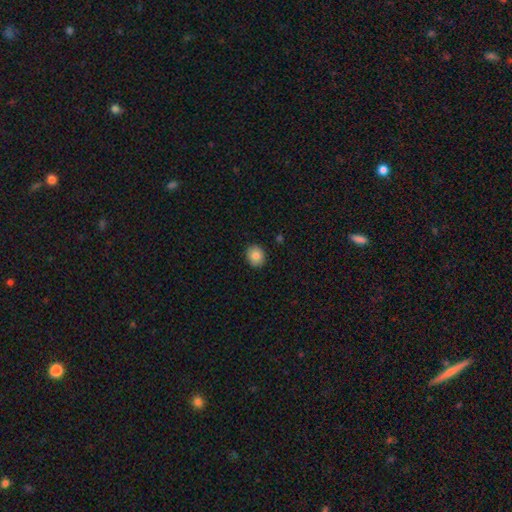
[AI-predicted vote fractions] smooth 82%, featured or disk 9%, star or artifact 9%. Down the decision tree: how rounded — round (70%); merging — none (91%).